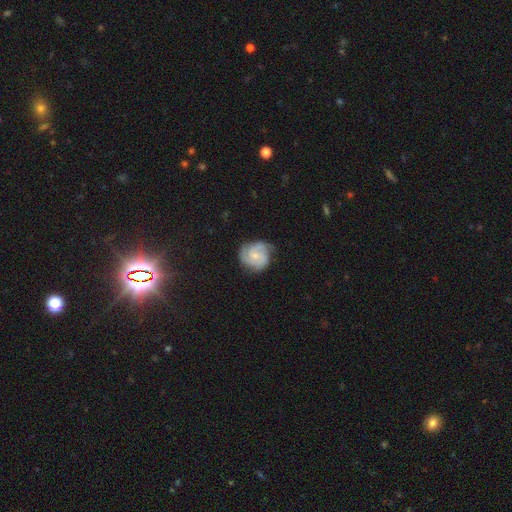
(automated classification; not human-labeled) The model was most divided on "spiral winding": tight: 48%, medium: 40%, loose: 12%. Remaining: edge-on disk — no (98%); spiral arms — yes (93%); smooth or featured — featured or disk (71%); bar — no (70%); bulge size — small (66%); merging — none (61%); spiral arm count — 3 (44%).